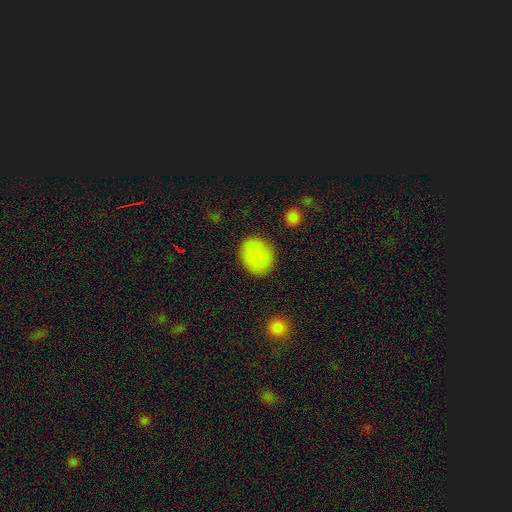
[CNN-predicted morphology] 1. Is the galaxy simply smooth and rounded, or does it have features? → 82% smooth, 10% featured or disk, 8% star or artifact.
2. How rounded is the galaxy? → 61% round, 38% in between, 1% cigar-shaped.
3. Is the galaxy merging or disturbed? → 85% none, 10% minor disturbance, 4% major disturbance, 2% merger.